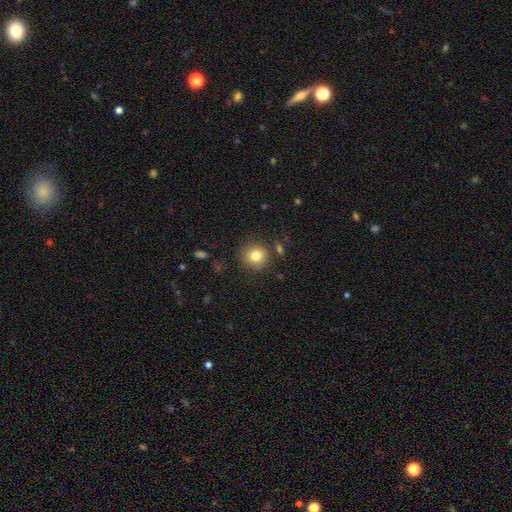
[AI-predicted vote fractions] Smooth or featured?
  - smooth: 81% *
  - star or artifact: 11%
  - featured or disk: 8%
How rounded?
  - round: 92% *
  - in between: 7%
  - cigar-shaped: 1%
Merging?
  - none: 85% *
  - minor disturbance: 8%
  - merger: 4%
  - major disturbance: 3%